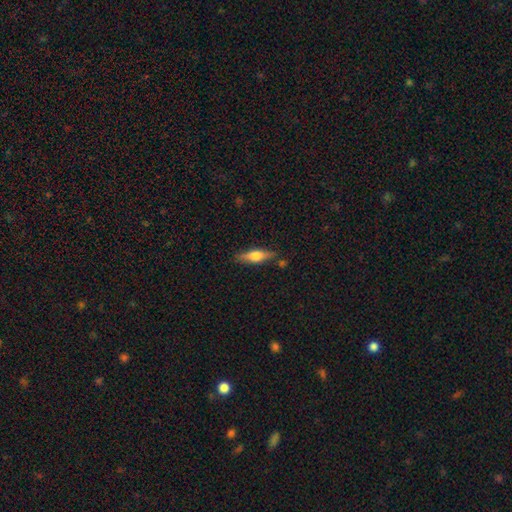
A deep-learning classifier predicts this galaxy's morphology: Smooth or featured?
  - smooth: 50% *
  - featured or disk: 43%
  - star or artifact: 7%
How rounded?
  - cigar-shaped: 58% *
  - in between: 39%
  - round: 3%
Merging?
  - none: 80% *
  - minor disturbance: 13%
  - merger: 4%
  - major disturbance: 3%